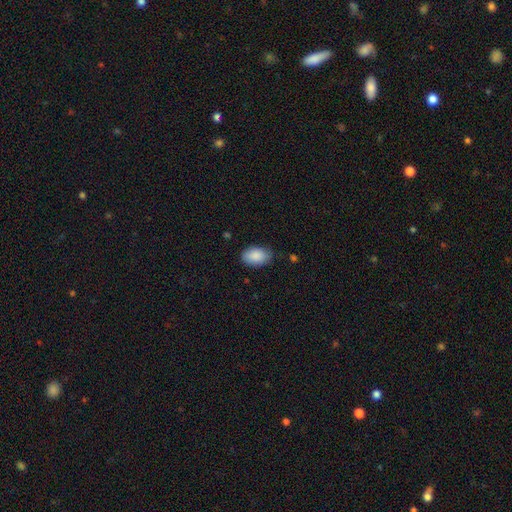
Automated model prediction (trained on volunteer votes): Smooth or featured?
  - smooth: 88% *
  - star or artifact: 6%
  - featured or disk: 5%
How rounded?
  - in between: 90% *
  - round: 9%
  - cigar-shaped: 1%
Merging?
  - none: 78% *
  - minor disturbance: 18%
  - major disturbance: 3%
  - merger: 1%